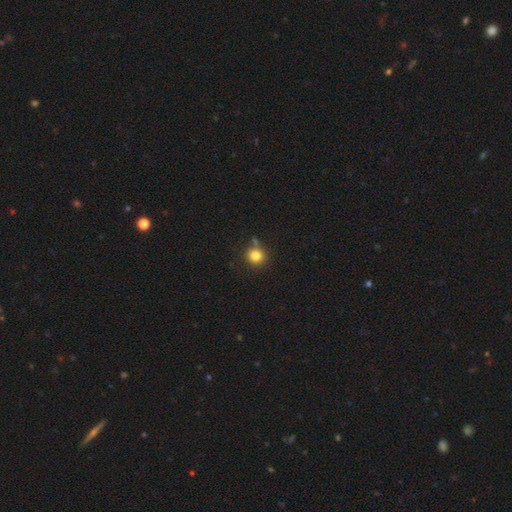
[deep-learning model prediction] Smooth or featured? Predicted: smooth (p=0.82). How rounded? Predicted: round (p=0.91). Merging? Predicted: none (p=0.76).